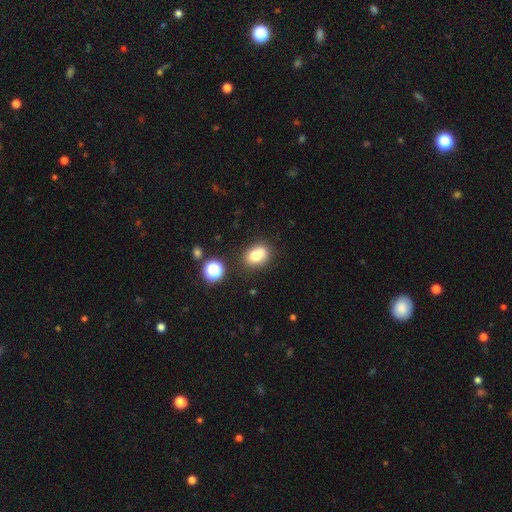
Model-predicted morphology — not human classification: The model was most divided on "how rounded": in between: 58%, round: 41%, cigar-shaped: 1%. More confident: smooth or featured — smooth (74%); merging — none (62%).